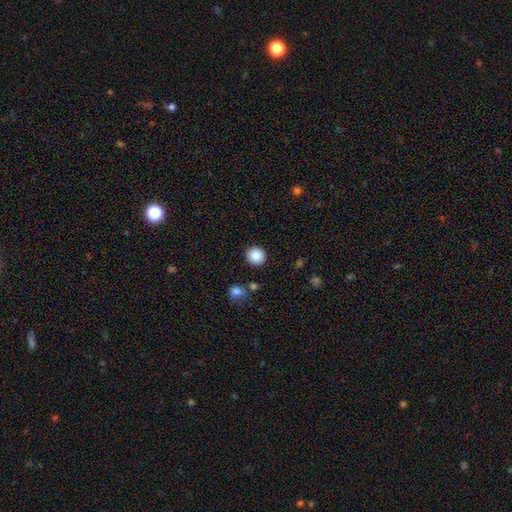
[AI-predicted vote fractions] This is clearly a smooth galaxy (86%). How rounded: clearly round (92%). Merging: clearly none (91%).